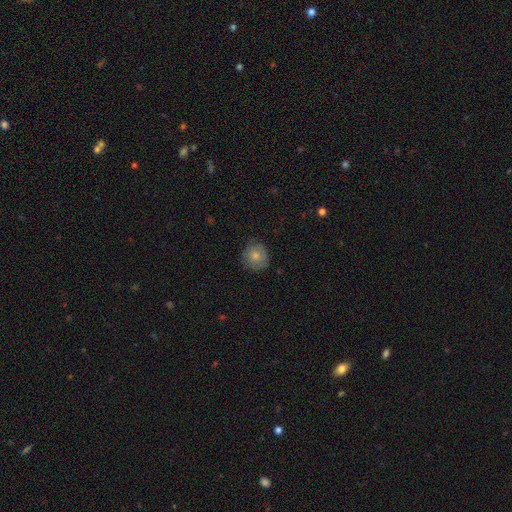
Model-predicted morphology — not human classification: smooth-or-featured: smooth: 76% | featured or disk: 17% | star or artifact: 8%
  how-rounded: round: 87% | in between: 12% | cigar-shaped: 1%
  merging: none: 77% | minor disturbance: 18% | major disturbance: 4% | merger: 1%